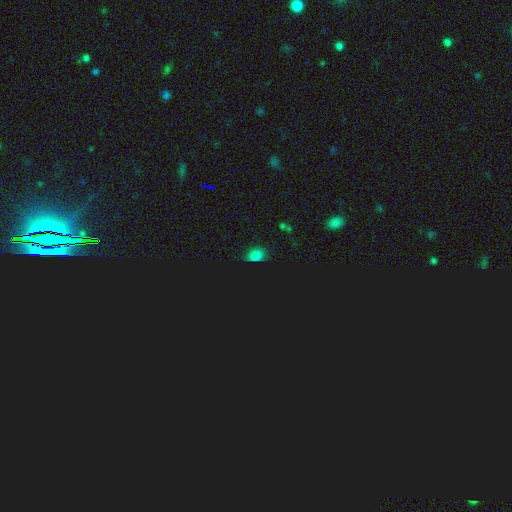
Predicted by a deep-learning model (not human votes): This appears to be a smooth galaxy with no disk features (63%) that is in between round and cigar-shaped (63%). Merging: none (74%).